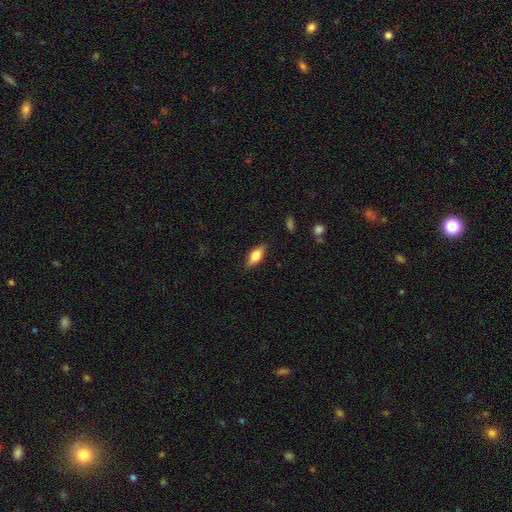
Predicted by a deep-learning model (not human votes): smooth_or_featured: smooth (p=0.62) [alt: featured or disk p=0.31]
how_rounded: in between (p=0.73) [alt: cigar-shaped p=0.24]
merging: none (p=0.84) [alt: minor disturbance p=0.12]